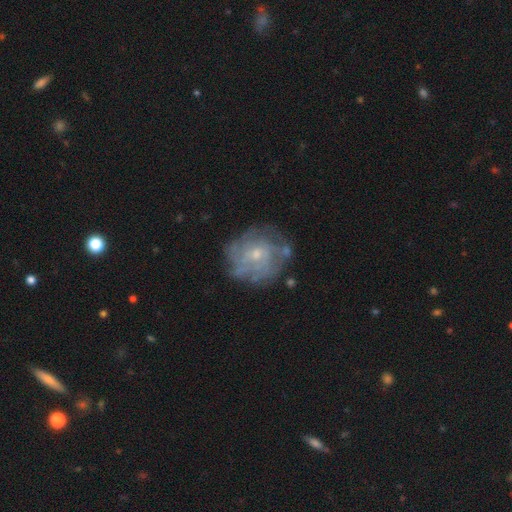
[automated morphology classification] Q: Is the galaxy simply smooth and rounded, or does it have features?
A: featured or disk — 73%.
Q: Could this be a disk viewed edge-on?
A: no — 98%.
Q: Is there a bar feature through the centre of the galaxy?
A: no — 74%.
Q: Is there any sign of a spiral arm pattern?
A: yes — 76%.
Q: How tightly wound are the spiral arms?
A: tight — 60%.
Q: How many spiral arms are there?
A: can't tell — 54%.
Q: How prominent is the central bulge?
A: small — 62%.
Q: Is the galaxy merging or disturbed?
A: none — 69%.